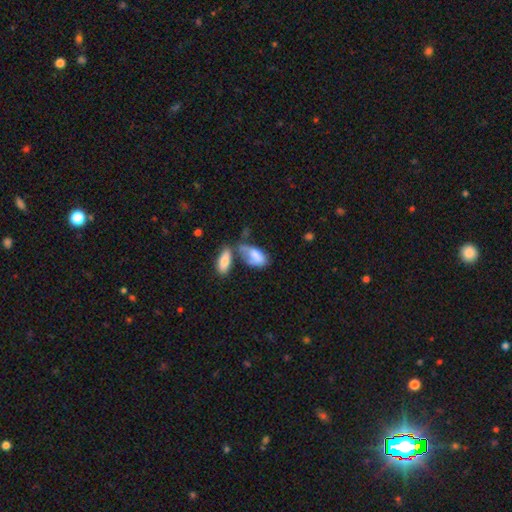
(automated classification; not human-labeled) Smooth or featured?
  - smooth: 75% *
  - featured or disk: 19%
  - star or artifact: 7%
How rounded?
  - in between: 89% *
  - cigar-shaped: 8%
  - round: 3%
Merging?
  - merger: 39% *
  - none: 26%
  - minor disturbance: 19%
  - major disturbance: 16%